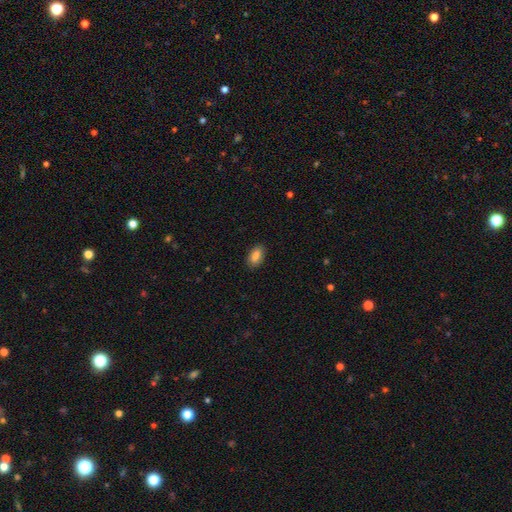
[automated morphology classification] Smooth or featured: smooth — 87% (star or artifact — 7%)
How rounded: in between — 91% (cigar-shaped — 5%)
Merging: none — 87% (minor disturbance — 10%)